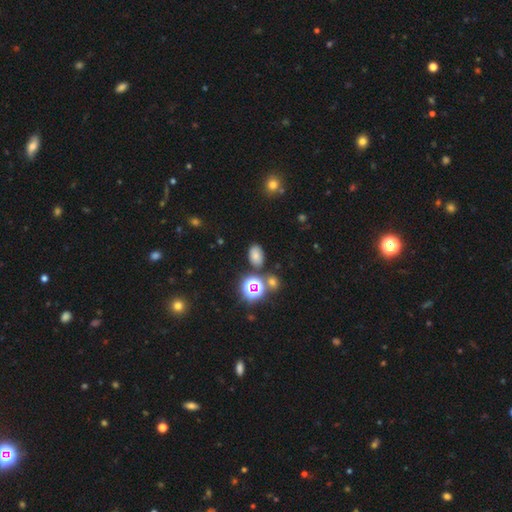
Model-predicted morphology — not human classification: Smooth or featured? smooth (71%)
How rounded? in between (83%)
Merging? none (81%)